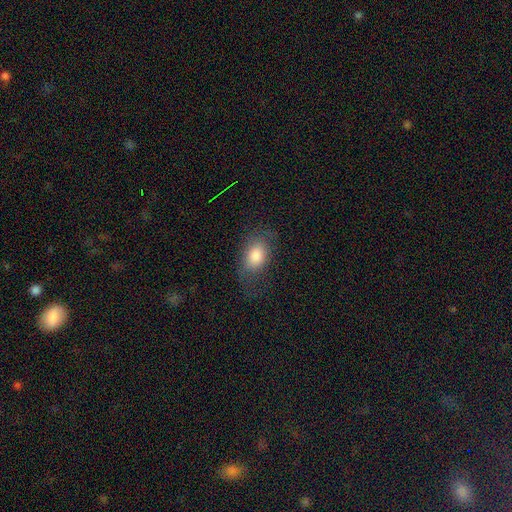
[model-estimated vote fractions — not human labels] A smooth galaxy with no disk features (79%) that is in between round and cigar-shaped (85%). Merging: none (61%).